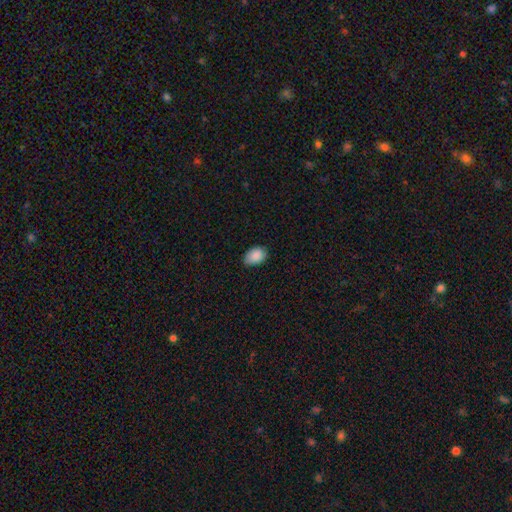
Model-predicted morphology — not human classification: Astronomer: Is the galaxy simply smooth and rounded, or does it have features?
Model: smooth — 89%.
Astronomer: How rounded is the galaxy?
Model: in between — 84%.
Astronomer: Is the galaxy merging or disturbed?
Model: none — 79%.